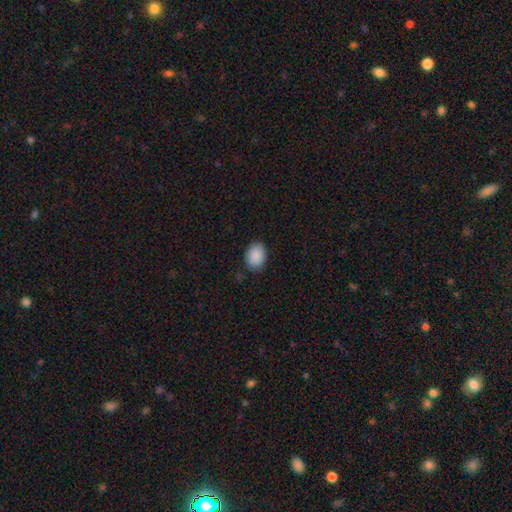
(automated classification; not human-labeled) Smooth or featured? smooth (90%)
How rounded? in between (70%)
Merging? none (83%)